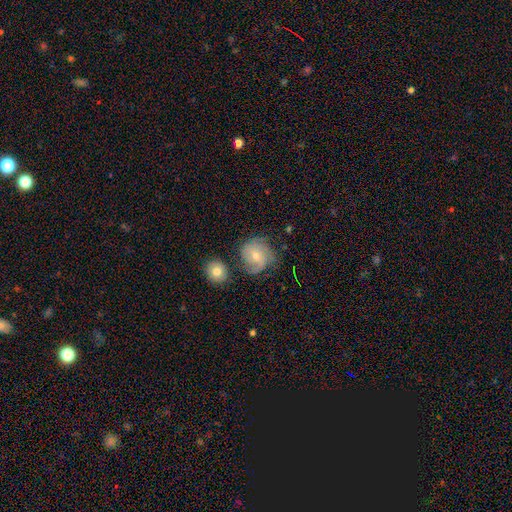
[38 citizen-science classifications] Overall: featured or disk (61%; smooth 34%). Edge-on disk: no (100%). Bar: no (52%; weak 48%). Spiral arms: yes (96%). Spiral arm count: 2 (36%; can't tell 23%). Spiral winding: medium (55%; loose 27%). Bulge size: moderate (70%). Merging: none (67%).